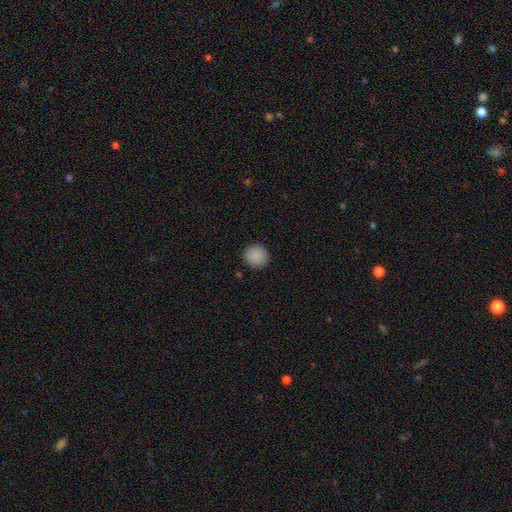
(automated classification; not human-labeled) Overall: smooth (89%). How rounded: round (93%). Merging: none (91%).